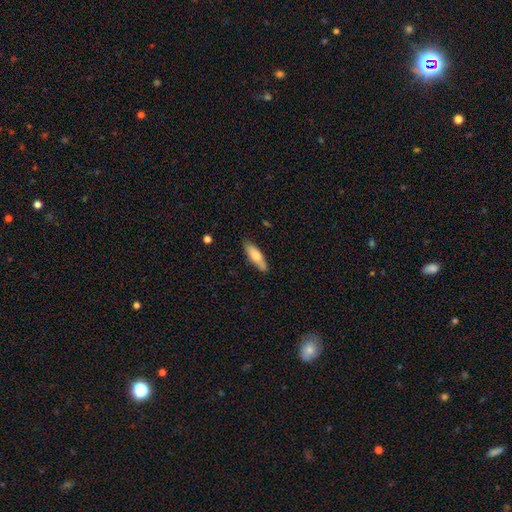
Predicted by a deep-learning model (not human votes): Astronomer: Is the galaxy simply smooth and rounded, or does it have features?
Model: smooth — 73%.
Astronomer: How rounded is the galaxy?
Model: cigar-shaped — 53% (runner-up: in between, 45%).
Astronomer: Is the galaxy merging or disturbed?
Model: none — 80%.